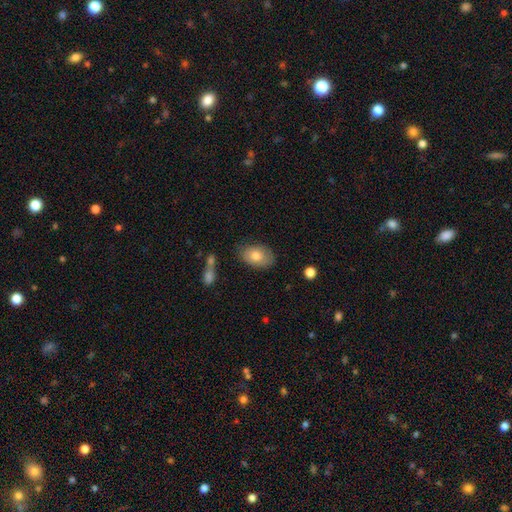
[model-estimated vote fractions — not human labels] Morphology: type=smooth (78%); roundness=in between (87%); merging=none (77%).